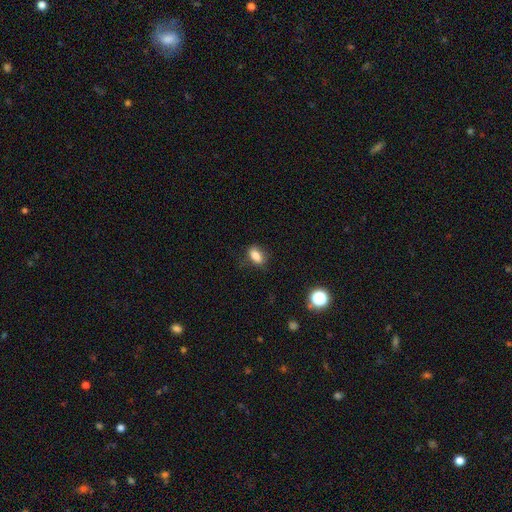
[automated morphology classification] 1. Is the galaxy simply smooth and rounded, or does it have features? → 84% smooth, 10% star or artifact, 6% featured or disk.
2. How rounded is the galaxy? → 84% in between, 9% round, 7% cigar-shaped.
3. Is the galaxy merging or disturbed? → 78% none, 16% minor disturbance, 5% major disturbance, 1% merger.